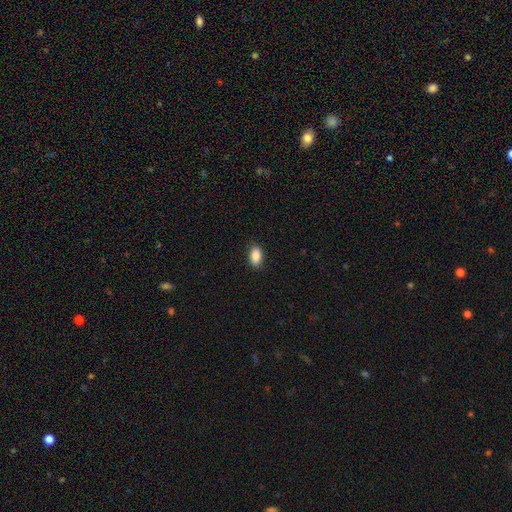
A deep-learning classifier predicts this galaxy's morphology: Smooth or featured? smooth (89%)
How rounded? in between (91%)
Merging? none (87%)